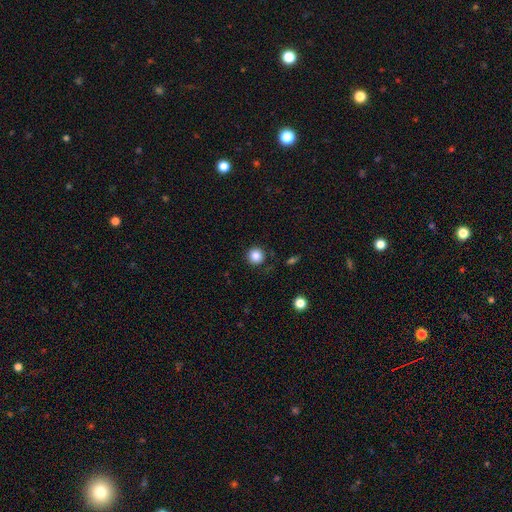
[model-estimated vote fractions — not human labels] Overall: smooth (85%). How rounded: round (95%). Merging: none (88%).